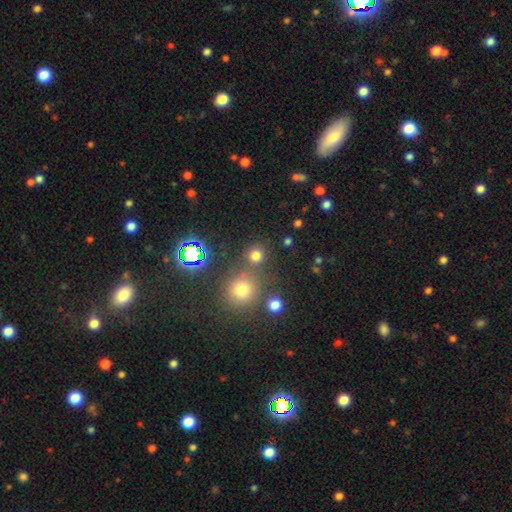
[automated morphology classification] Smooth or featured? Predicted: smooth (p=0.71). How rounded? Predicted: round (p=0.90). Merging? Predicted: none (p=0.74).